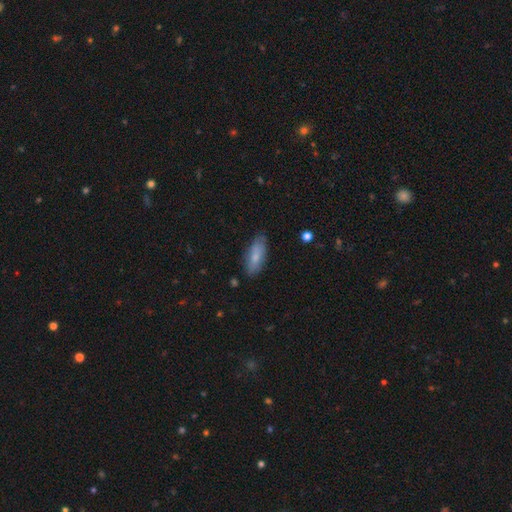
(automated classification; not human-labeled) The model was most divided on "how rounded": in between: 76%, cigar-shaped: 22%, round: 2%. More confident: merging — none (77%); smooth or featured — smooth (75%).